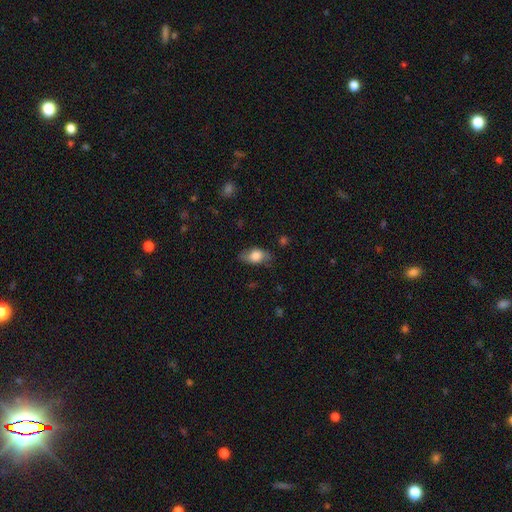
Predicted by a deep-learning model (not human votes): Smooth or featured: smooth — 73% (featured or disk — 20%)
How rounded: in between — 86% (round — 10%)
Merging: none — 72% (minor disturbance — 21%)